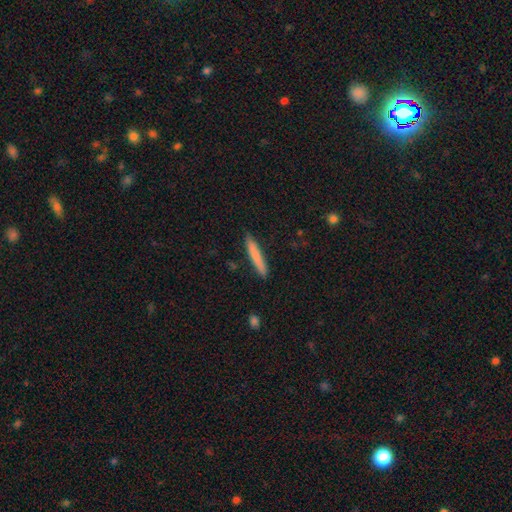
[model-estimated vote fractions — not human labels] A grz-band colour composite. It shows a smooth galaxy with no disk features (78%) that is cigar-shaped (95%). Merging: none (89%).